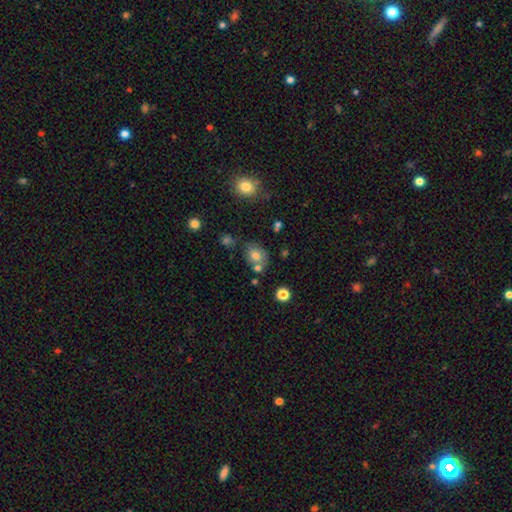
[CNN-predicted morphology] The model was most divided on "how rounded": round: 54%, in between: 45%, cigar-shaped: 1%. More confident: smooth or featured — smooth (72%); merging — none (62%).